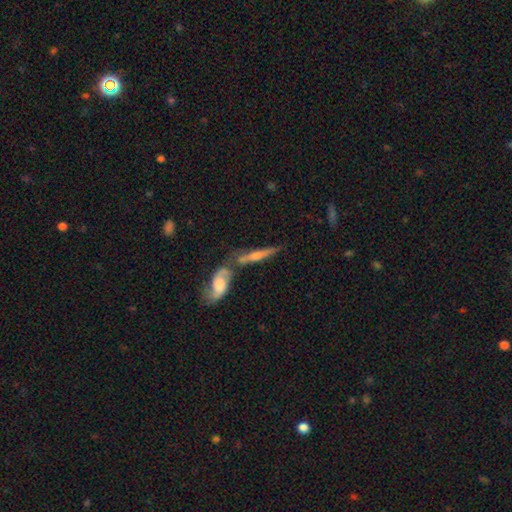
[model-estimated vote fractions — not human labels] This appears to be a featured or disk galaxy (55%) viewed edge-on (64%). Merging: none (43%).